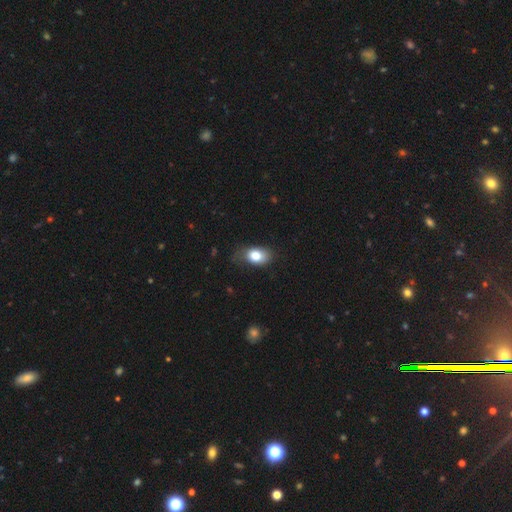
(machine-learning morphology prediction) This appears to be a smooth galaxy with no disk features (79%) that is in between round and cigar-shaped (81%). Merging: none (62%).